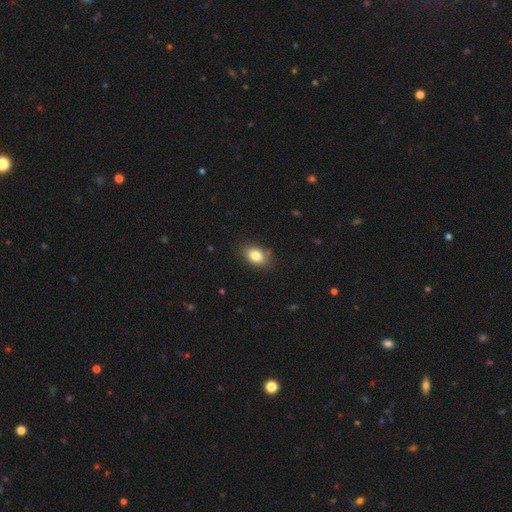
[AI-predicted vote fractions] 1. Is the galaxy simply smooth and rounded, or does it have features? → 82% smooth, 9% star or artifact, 8% featured or disk.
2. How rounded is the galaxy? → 79% in between, 20% round, 1% cigar-shaped.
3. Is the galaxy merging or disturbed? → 83% none, 12% minor disturbance, 3% major disturbance, 2% merger.